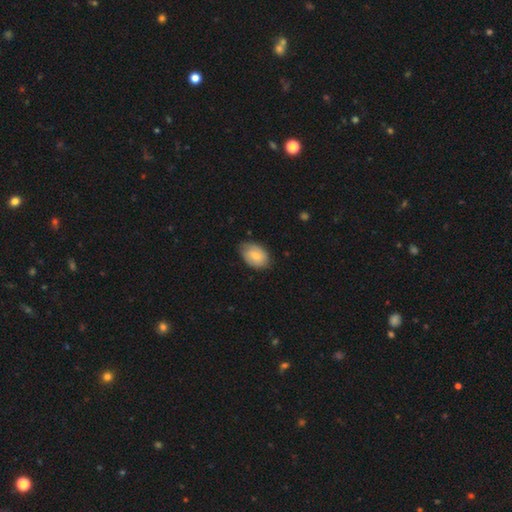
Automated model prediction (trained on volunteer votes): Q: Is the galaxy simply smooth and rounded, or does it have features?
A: smooth — 74%.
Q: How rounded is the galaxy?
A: in between — 84%.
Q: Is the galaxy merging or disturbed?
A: none — 69%.